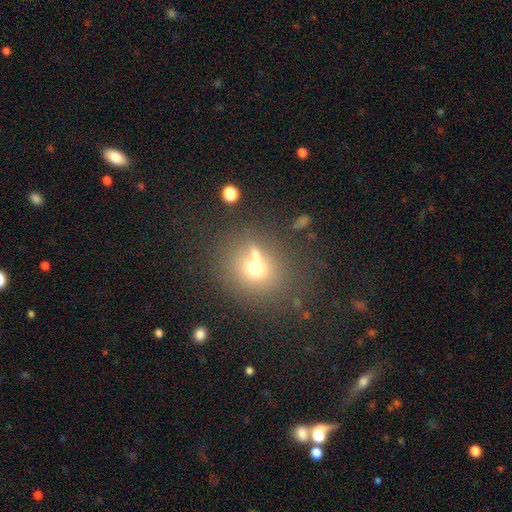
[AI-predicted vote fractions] Overall: smooth (64%). How rounded: round (76%). Merging: none (52%; merger 32%).